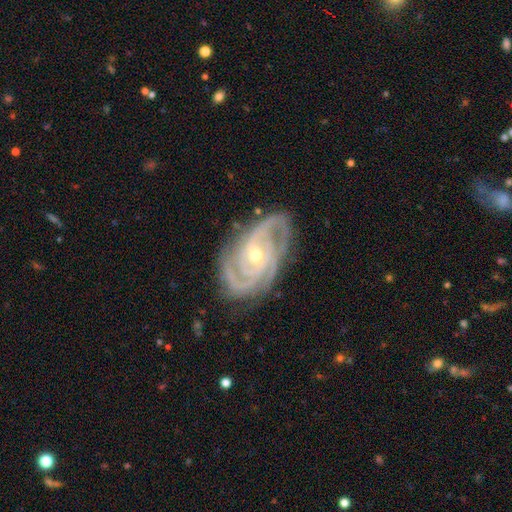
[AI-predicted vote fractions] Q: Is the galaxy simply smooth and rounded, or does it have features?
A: featured or disk — 92%.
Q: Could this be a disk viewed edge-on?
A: no — 97%.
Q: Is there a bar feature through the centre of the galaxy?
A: no — 53%.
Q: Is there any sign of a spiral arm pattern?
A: yes — 98%.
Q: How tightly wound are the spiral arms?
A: tight — 67%.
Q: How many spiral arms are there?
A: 3 — 42%.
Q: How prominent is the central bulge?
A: small — 56%.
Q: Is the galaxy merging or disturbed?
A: none — 77%.